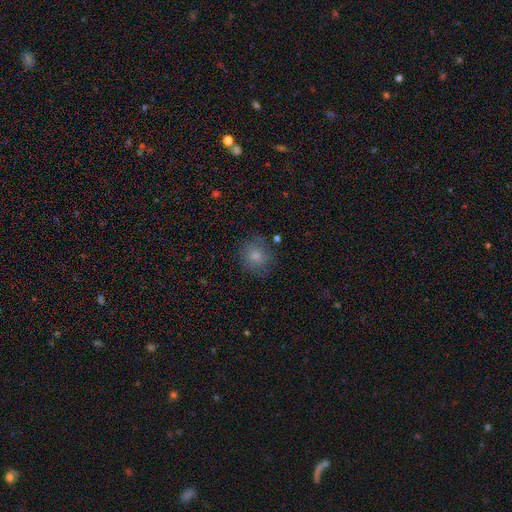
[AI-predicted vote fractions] The model was most divided on "merging": none: 78%, minor disturbance: 15%, major disturbance: 5%, merger: 2%. More confident: how rounded — round (86%); smooth or featured — smooth (80%).